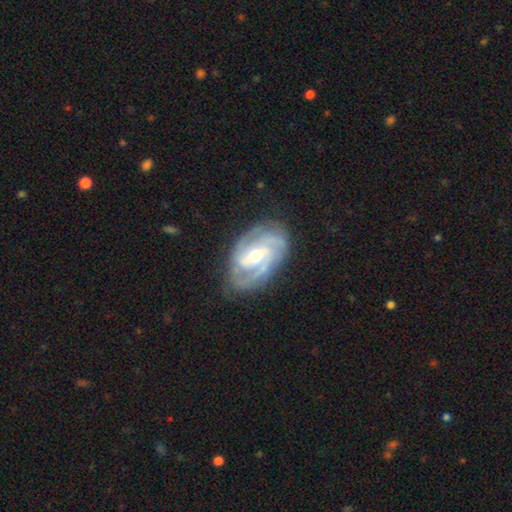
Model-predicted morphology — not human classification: Smooth or featured: featured or disk — 89% (smooth — 6%)
Edge-on disk: no — 97% (yes — 3%)
Bar: weak — 47% (strong — 27%)
Spiral arms: yes — 97% (no — 3%)
Spiral winding: tight — 50% (medium — 41%)
Spiral arm count: 3 — 40% (2 — 29%)
Bulge size: moderate — 68% (small — 25%)
Merging: none — 76% (minor disturbance — 17%)